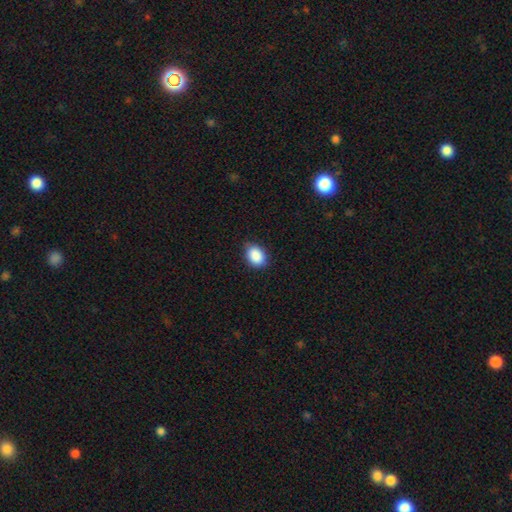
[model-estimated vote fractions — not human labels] smooth-or-featured: smooth: 90% | star or artifact: 7% | featured or disk: 3%
  how-rounded: in between: 76% | round: 23% | cigar-shaped: 1%
  merging: none: 84% | minor disturbance: 13% | major disturbance: 2% | merger: 1%